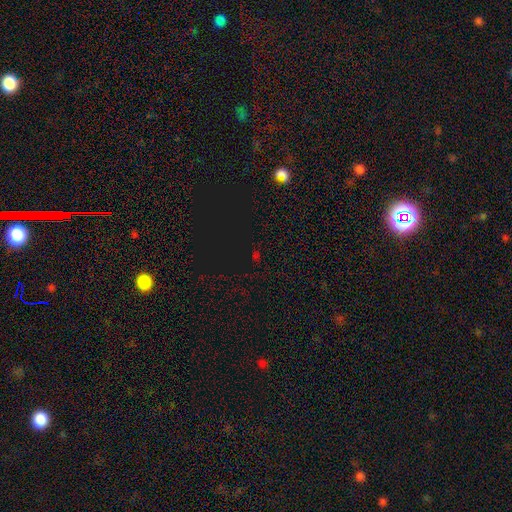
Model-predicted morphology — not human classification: star or artifact 71%, smooth 22%, featured or disk 7%.